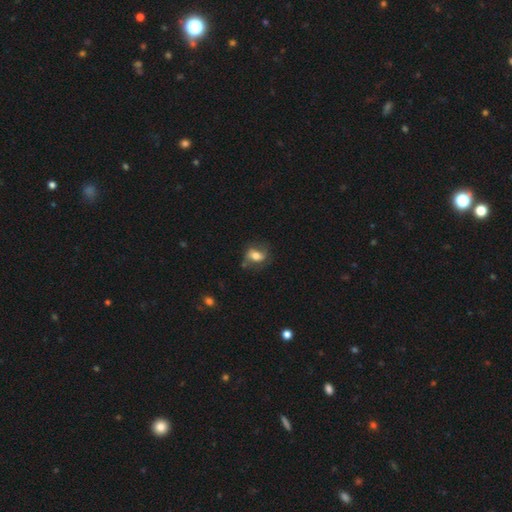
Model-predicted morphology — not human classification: type=smooth (61%); roundness=in between (75%); merging=none (58%).